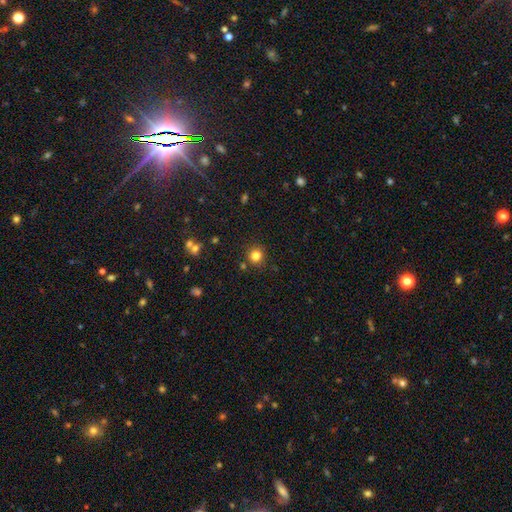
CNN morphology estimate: smooth-or-featured: smooth: 82% | star or artifact: 13% | featured or disk: 5%
  how-rounded: round: 92% | in between: 7% | cigar-shaped: 1%
  merging: none: 86% | minor disturbance: 7% | merger: 4% | major disturbance: 2%